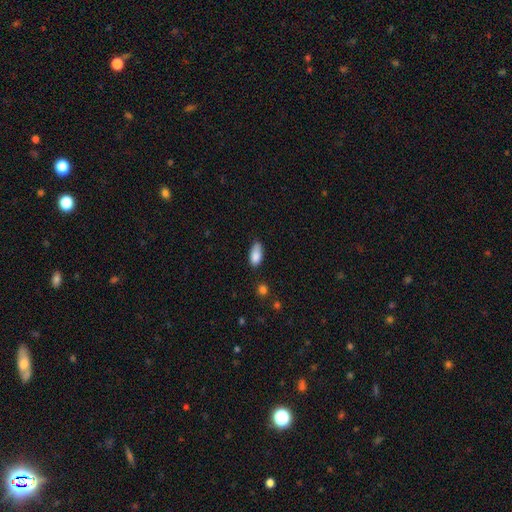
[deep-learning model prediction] smooth 86%, star or artifact 8%, featured or disk 6%. Down the decision tree: how rounded — in between (88%); merging — none (61%).